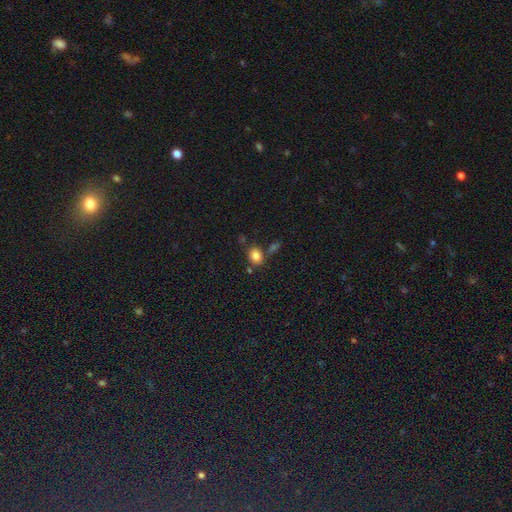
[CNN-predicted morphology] Smooth or featured? Predicted: smooth (p=0.84). How rounded? Predicted: in between (p=0.67). Merging? Predicted: none (p=0.68).